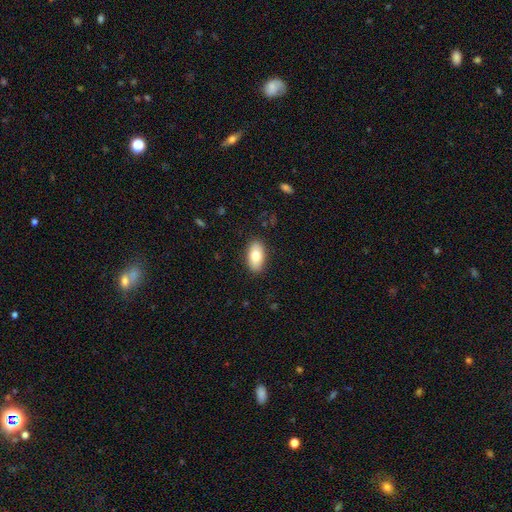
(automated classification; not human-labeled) Q: Smooth or featured?
A: smooth (77%); runner-up: featured or disk (16%)
Q: How rounded?
A: in between (93%); runner-up: round (4%)
Q: Merging?
A: none (88%); runner-up: minor disturbance (9%)